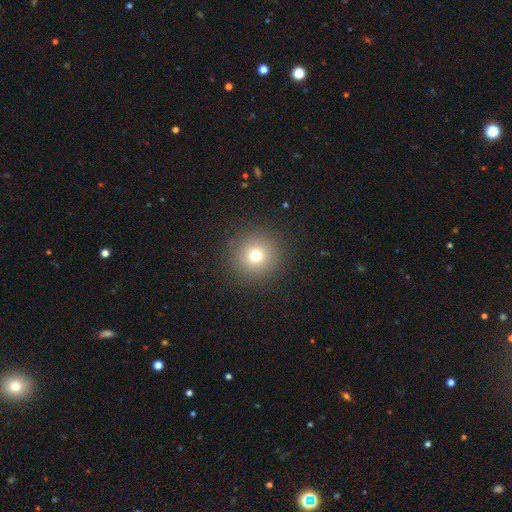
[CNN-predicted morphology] Overall: smooth (73%). How rounded: round (96%). Merging: none (91%).